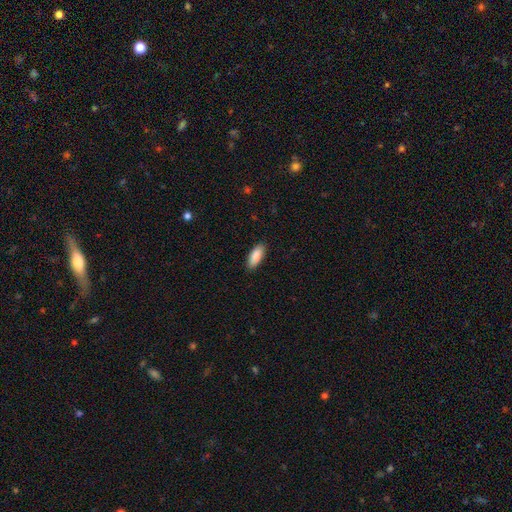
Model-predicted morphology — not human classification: smooth 89%, featured or disk 6%, star or artifact 6%. Down the decision tree: how rounded — in between (78%); merging — none (89%).